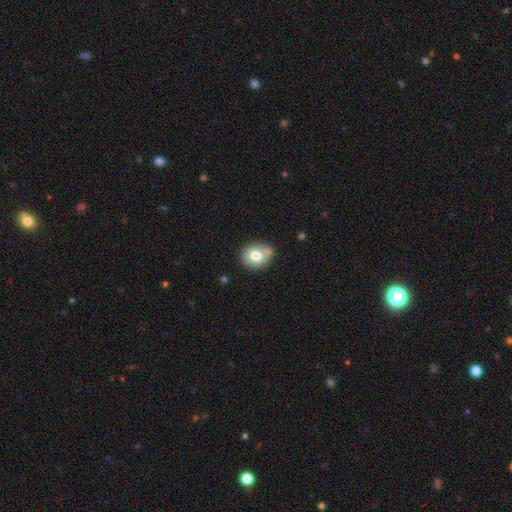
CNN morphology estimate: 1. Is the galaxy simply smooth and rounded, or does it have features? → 73% smooth, 18% featured or disk, 9% star or artifact.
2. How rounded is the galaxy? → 68% round, 31% in between, 1% cigar-shaped.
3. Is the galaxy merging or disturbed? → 63% none, 20% minor disturbance, 12% merger, 5% major disturbance.